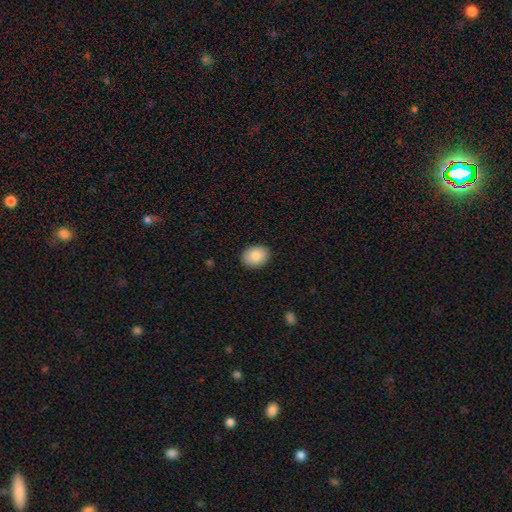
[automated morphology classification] Smooth or featured: smooth — 88% (star or artifact — 7%)
How rounded: in between — 56% (round — 43%)
Merging: none — 90% (minor disturbance — 8%)